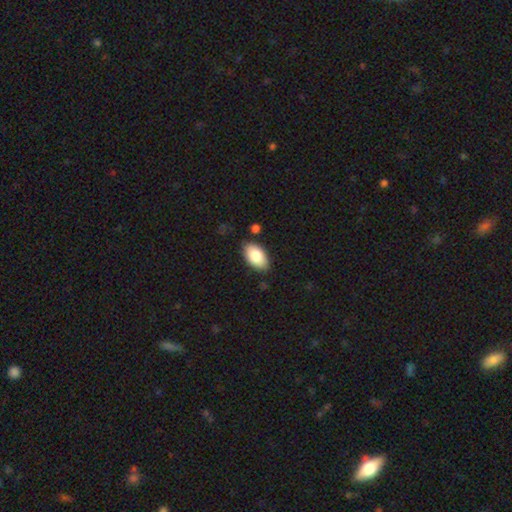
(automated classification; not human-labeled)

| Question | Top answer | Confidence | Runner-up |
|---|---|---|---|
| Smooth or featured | smooth | 82% | featured or disk (12%) |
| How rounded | in between | 94% | round (4%) |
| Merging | none | 83% | minor disturbance (12%) |